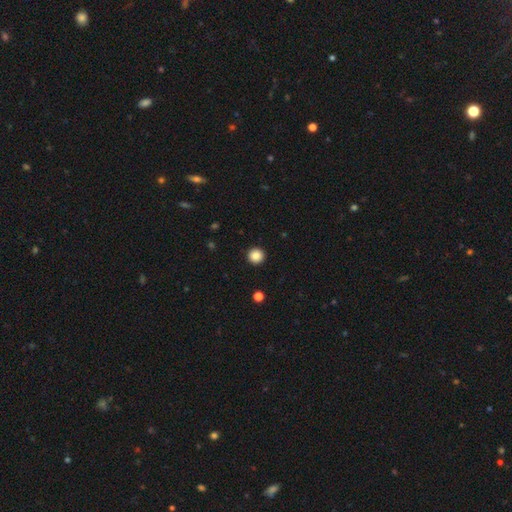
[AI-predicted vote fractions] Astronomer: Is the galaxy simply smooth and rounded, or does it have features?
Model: smooth — 85%.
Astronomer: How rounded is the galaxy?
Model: round — 96%.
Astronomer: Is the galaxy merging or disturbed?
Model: none — 93%.